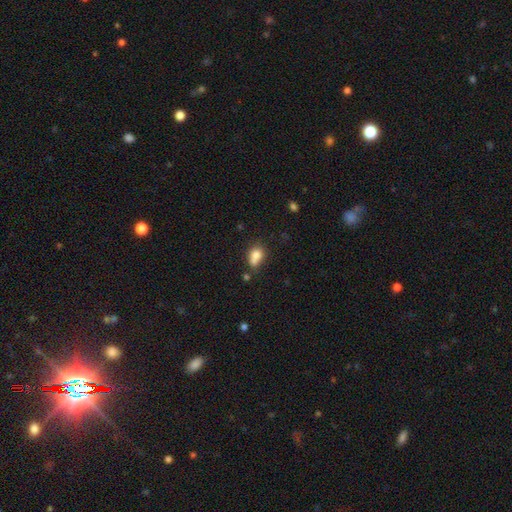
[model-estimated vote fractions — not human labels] A smooth galaxy with no disk features (78%) that is in between round and cigar-shaped (56%).

Vote fractions:
- Smooth or featured? smooth: 78% / featured or disk: 12% / star or artifact: 11%
- How rounded? in between: 56% / round: 42% / cigar-shaped: 2%
- Merging? none: 39% / merger: 32% / minor disturbance: 21% / major disturbance: 8%